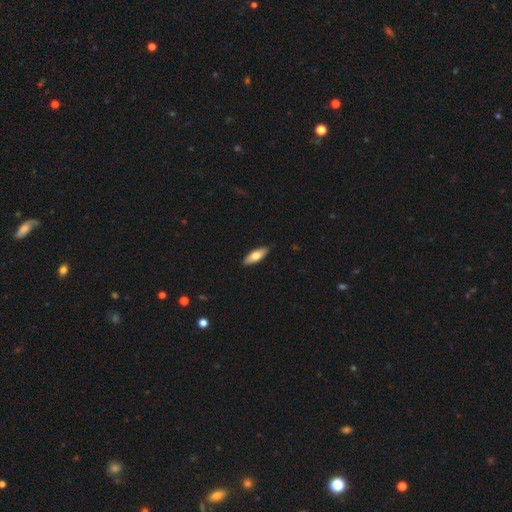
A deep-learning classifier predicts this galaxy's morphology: smooth_or_featured: smooth (p=0.70) [alt: featured or disk p=0.24]
how_rounded: in between (p=0.61) [alt: cigar-shaped p=0.37]
merging: none (p=0.89) [alt: minor disturbance p=0.08]